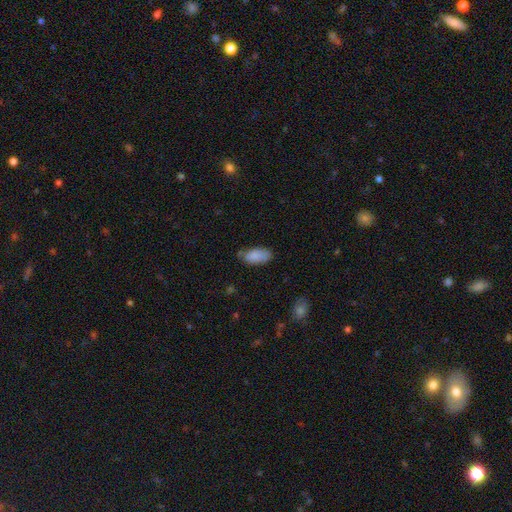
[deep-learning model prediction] Q: Smooth or featured?
A: smooth (85%); runner-up: featured or disk (8%)
Q: How rounded?
A: in between (92%); runner-up: cigar-shaped (5%)
Q: Merging?
A: none (64%); runner-up: minor disturbance (26%)